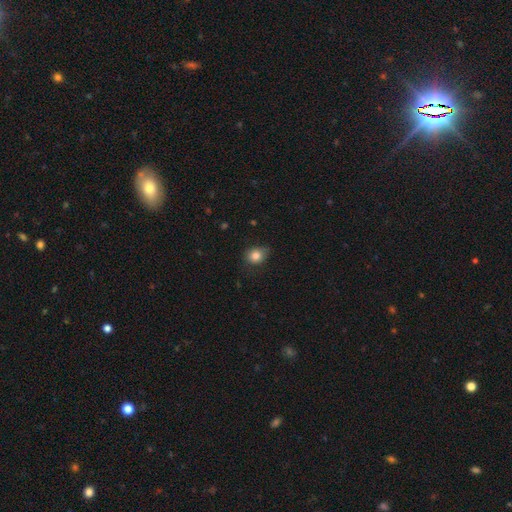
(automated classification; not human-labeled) A smooth galaxy with no disk features (83%) that is round (62%). Merging: none (72%).